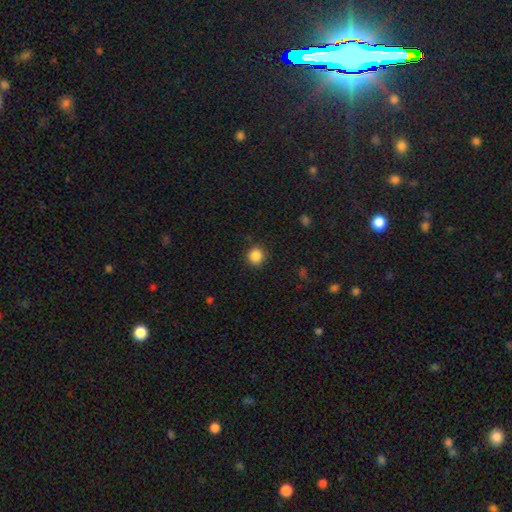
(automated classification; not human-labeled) A smooth galaxy with no disk features (86%) that is round (90%). Merging: none (90%).